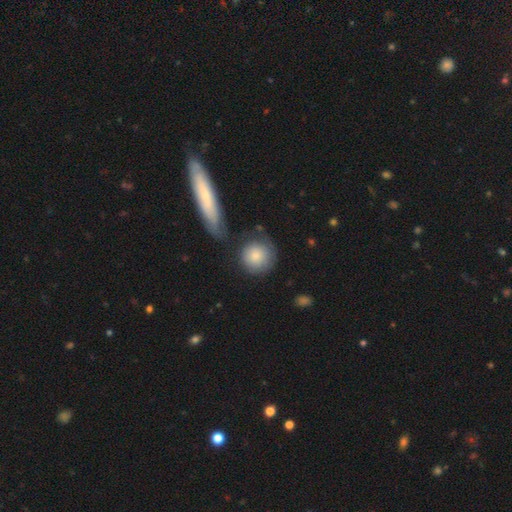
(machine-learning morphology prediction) smooth 82%, featured or disk 12%, star or artifact 6%. Down the decision tree: how rounded — round (91%); merging — none (65%).